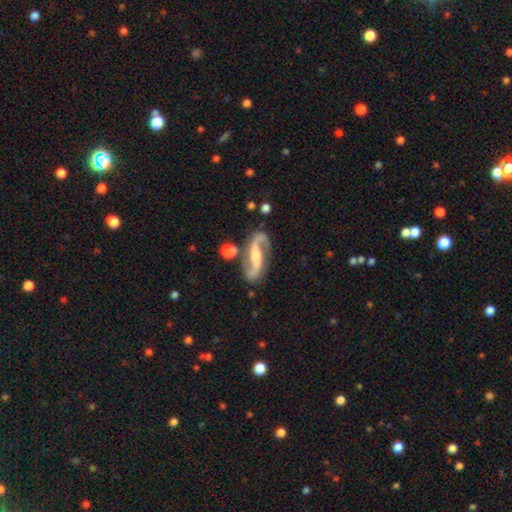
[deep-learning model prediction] featured or disk 91%, smooth 5%, star or artifact 4%. Down the decision tree: edge-on disk — no (95%); bar — strong (46%); spiral arms — yes (98%); spiral arm count — 2 (94%); spiral winding — medium (49%); bulge size — moderate (42%); merging — none (78%).